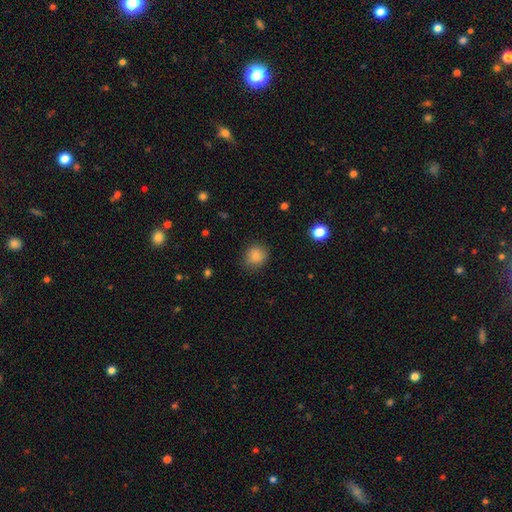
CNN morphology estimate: smooth_or_featured: smooth (p=0.86) [alt: star or artifact p=0.10]
how_rounded: round (p=0.84) [alt: in between p=0.15]
merging: none (p=0.83) [alt: minor disturbance p=0.12]